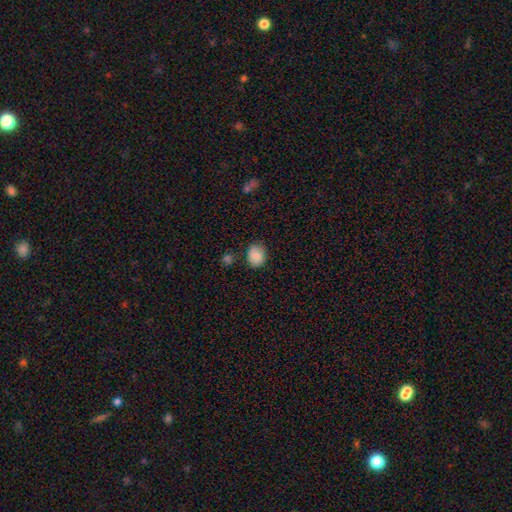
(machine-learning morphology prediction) A smooth galaxy with no disk features (84%) that is round (50%).

Vote fractions:
- Smooth or featured? smooth: 84% / star or artifact: 8% / featured or disk: 7%
- How rounded? round: 50% / in between: 49% / cigar-shaped: 1%
- Merging? none: 78% / minor disturbance: 15% / merger: 4% / major disturbance: 3%